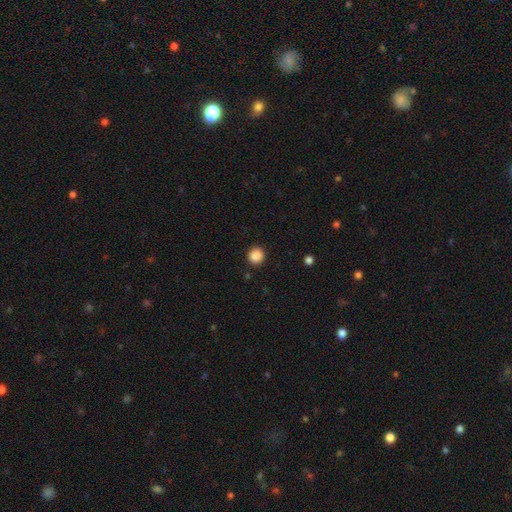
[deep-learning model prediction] This appears to be a smooth galaxy with no disk features (88%) that is round (88%). Merging: none (90%).